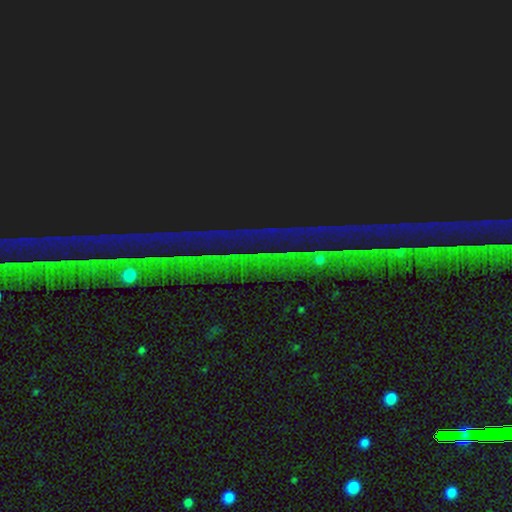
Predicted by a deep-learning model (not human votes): Smooth or featured? star or artifact (88%)